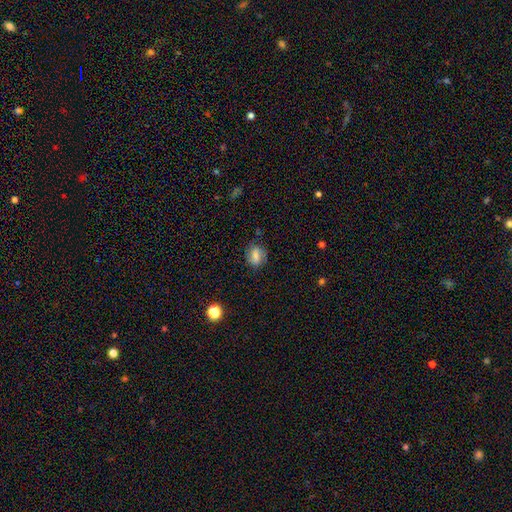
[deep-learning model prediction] This appears to be a smooth galaxy with no disk features (60%) that is in between round and cigar-shaped (54%). Merging: none (74%).